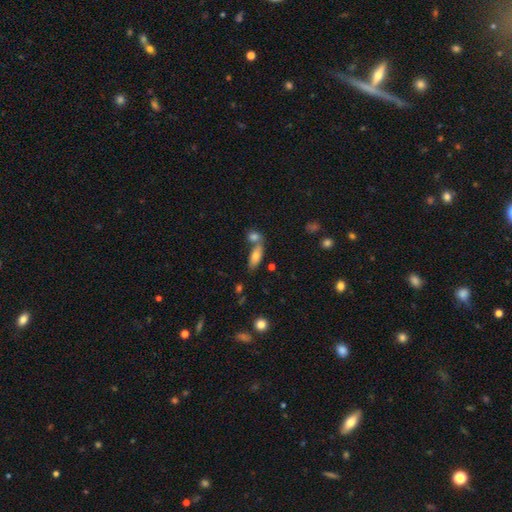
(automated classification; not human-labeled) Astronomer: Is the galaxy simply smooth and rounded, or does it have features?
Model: smooth — 71%.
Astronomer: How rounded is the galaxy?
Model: in between — 74%.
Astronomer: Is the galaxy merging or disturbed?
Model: none — 52% (runner-up: merger, 34%).